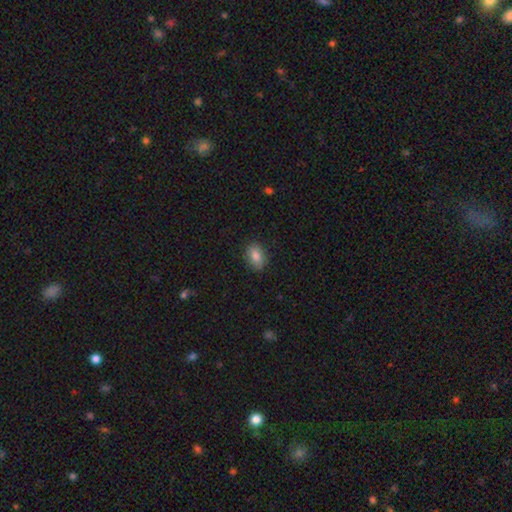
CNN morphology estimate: Smooth or featured? smooth (85%)
How rounded? in between (85%)
Merging? none (87%)